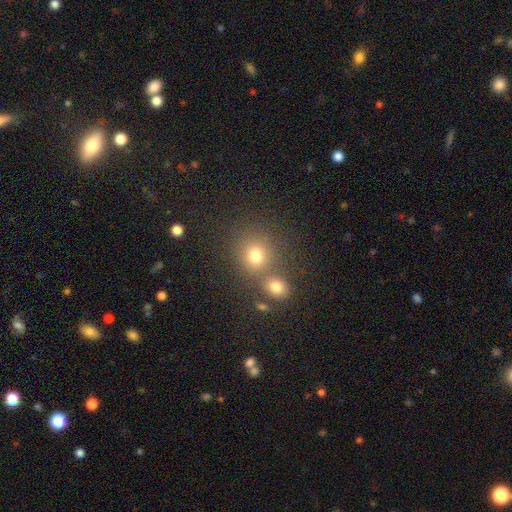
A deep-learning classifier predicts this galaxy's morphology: This is likely a smooth galaxy (74%). How rounded: likely round (79%). Merging: possibly none (58%).